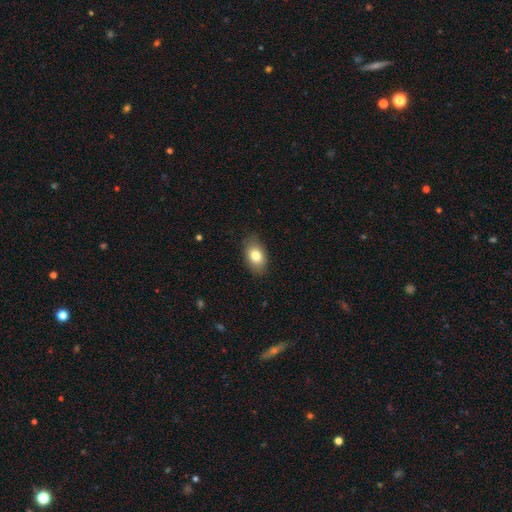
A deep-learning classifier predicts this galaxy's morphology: Q: Smooth or featured?
A: smooth (79%); runner-up: featured or disk (13%)
Q: How rounded?
A: in between (86%); runner-up: round (13%)
Q: Merging?
A: none (82%); runner-up: minor disturbance (14%)